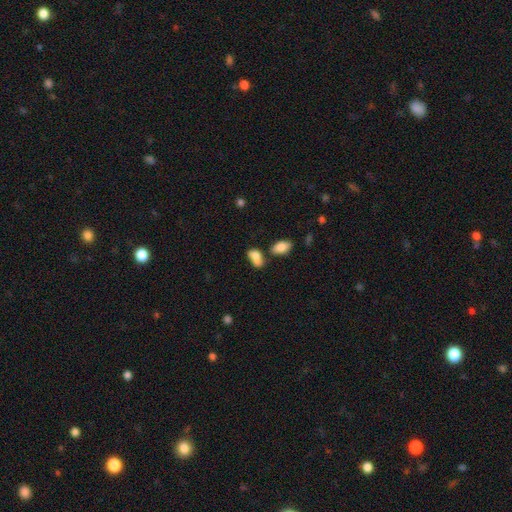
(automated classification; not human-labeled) smooth-or-featured: smooth: 79% | featured or disk: 11% | star or artifact: 10%
  how-rounded: in between: 85% | round: 11% | cigar-shaped: 4%
  merging: merger: 42% | none: 31% | minor disturbance: 18% | major disturbance: 9%